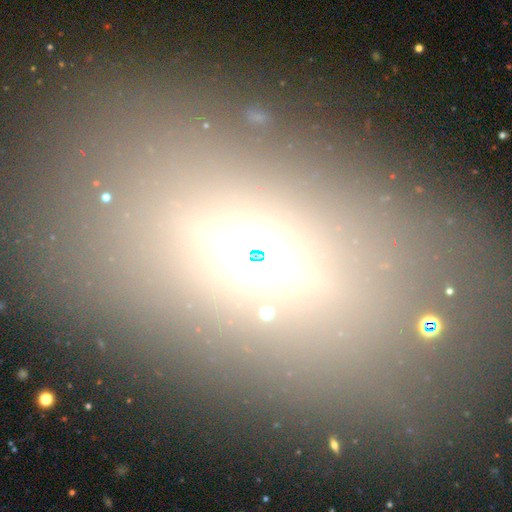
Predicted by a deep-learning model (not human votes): Smooth or featured? Predicted: smooth (p=0.39). Merging? Predicted: none (p=0.81).